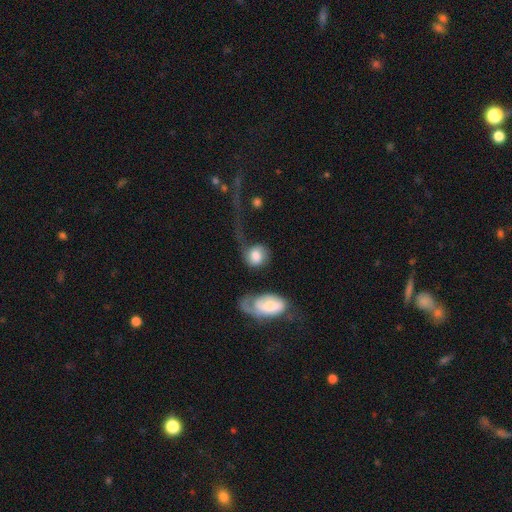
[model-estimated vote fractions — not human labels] Smooth or featured?
  - smooth: 66% *
  - featured or disk: 26%
  - star or artifact: 8%
How rounded?
  - round: 68% *
  - in between: 30%
  - cigar-shaped: 2%
Merging?
  - major disturbance: 33% *
  - none: 29%
  - merger: 22%
  - minor disturbance: 16%